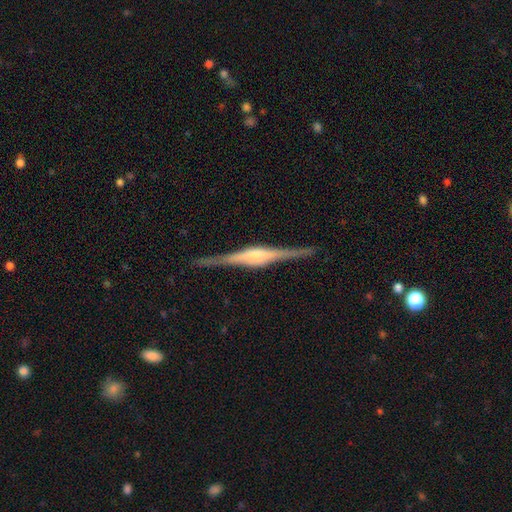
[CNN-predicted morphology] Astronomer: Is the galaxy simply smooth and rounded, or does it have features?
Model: featured or disk — 87%.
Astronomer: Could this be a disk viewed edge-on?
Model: yes — 98%.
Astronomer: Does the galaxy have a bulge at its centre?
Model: rounded — 62%.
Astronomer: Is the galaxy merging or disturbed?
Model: none — 89%.